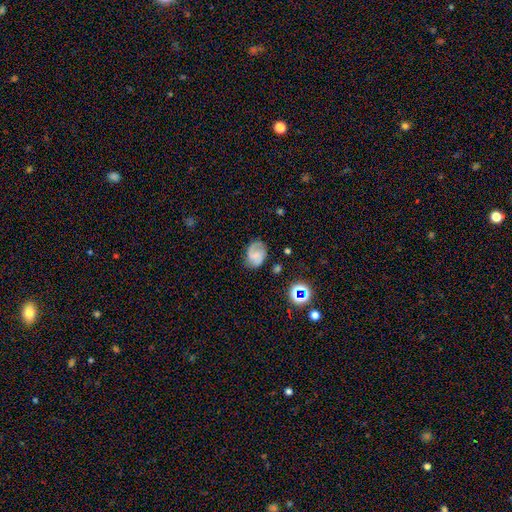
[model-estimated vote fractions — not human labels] Overall: featured or disk (49%; smooth 39%). Merging: none (69%).